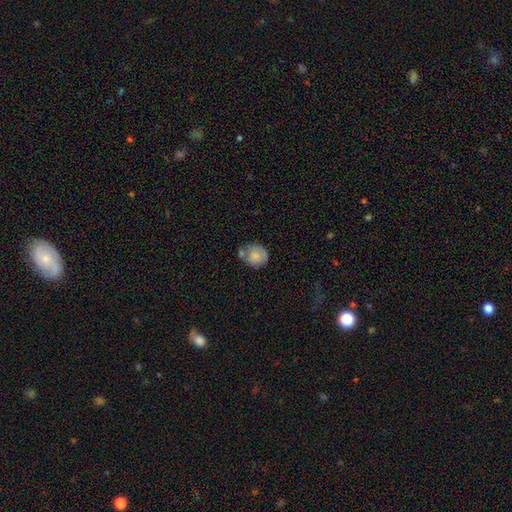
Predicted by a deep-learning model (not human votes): This appears to be a smooth galaxy with no disk features (77%) that is round (77%). Merging: none (46%).